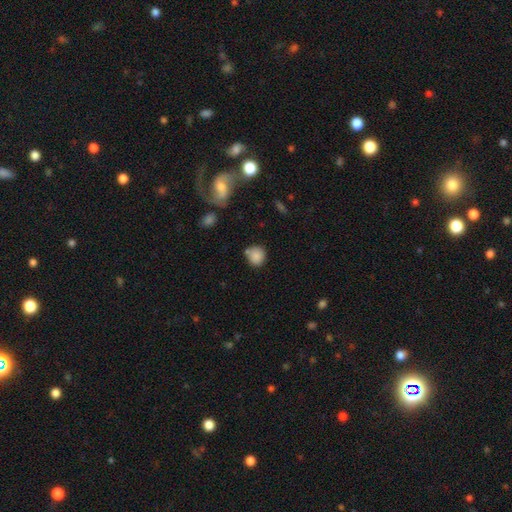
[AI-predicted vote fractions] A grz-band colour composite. It shows a smooth galaxy with no disk features (85%) that is round (85%). Merging: none (69%).